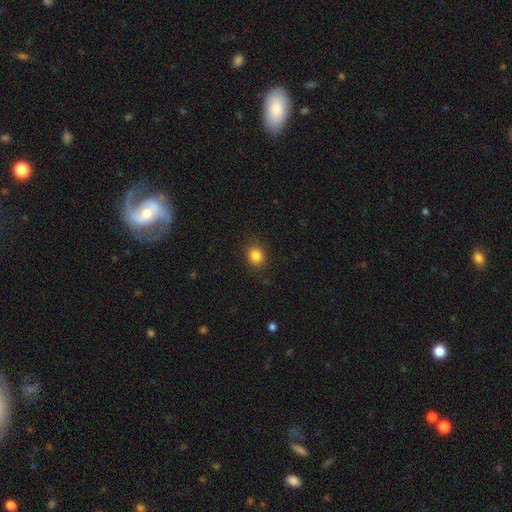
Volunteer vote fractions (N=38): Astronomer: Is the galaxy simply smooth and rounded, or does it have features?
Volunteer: smooth — 92%.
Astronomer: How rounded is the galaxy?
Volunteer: round — 54% (runner-up: in between, 46%).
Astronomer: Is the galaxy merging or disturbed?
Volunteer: none — 100%.